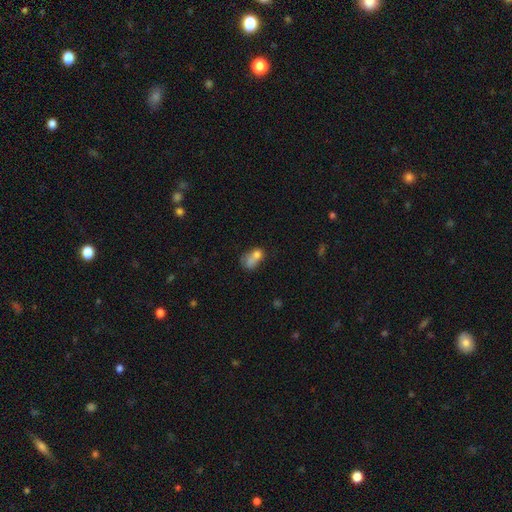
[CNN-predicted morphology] Smooth or featured? smooth (68%)
How rounded? in between (69%)
Merging? merger (45%)